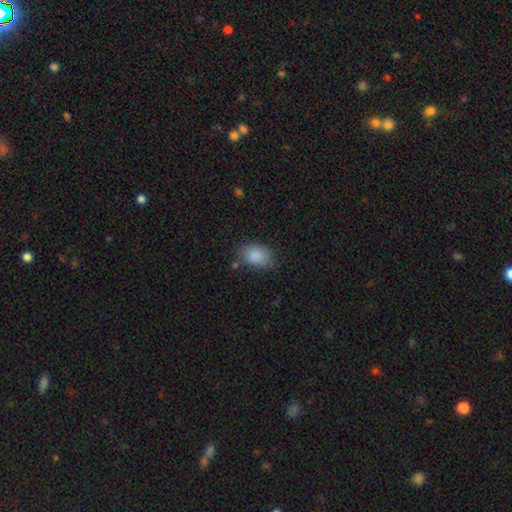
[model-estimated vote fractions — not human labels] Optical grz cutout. It shows a smooth galaxy with no disk features (87%) that is in between round and cigar-shaped (77%). Merging: none (73%).